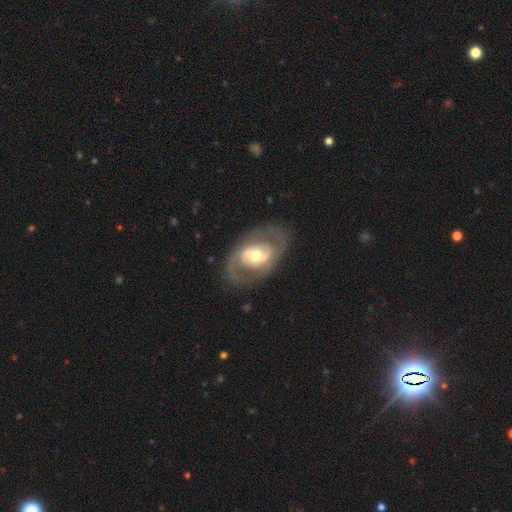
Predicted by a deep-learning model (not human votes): Q: Smooth or featured?
A: featured or disk (74%); runner-up: smooth (22%)
Q: Edge-on disk?
A: no (94%); runner-up: yes (6%)
Q: Bar?
A: no (47%); runner-up: weak (33%)
Q: Spiral arms?
A: yes (58%); runner-up: no (42%)
Q: Bulge size?
A: moderate (69%); runner-up: large (16%)
Q: Merging?
A: none (77%); runner-up: minor disturbance (13%)